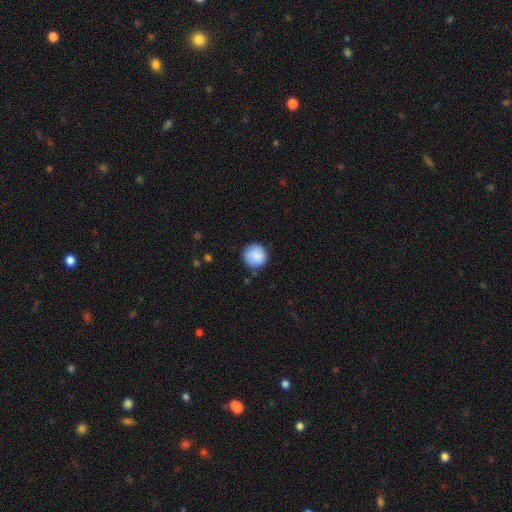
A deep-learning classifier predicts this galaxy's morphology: A smooth galaxy with no disk features (87%) that is round (94%). Merging: none (85%).